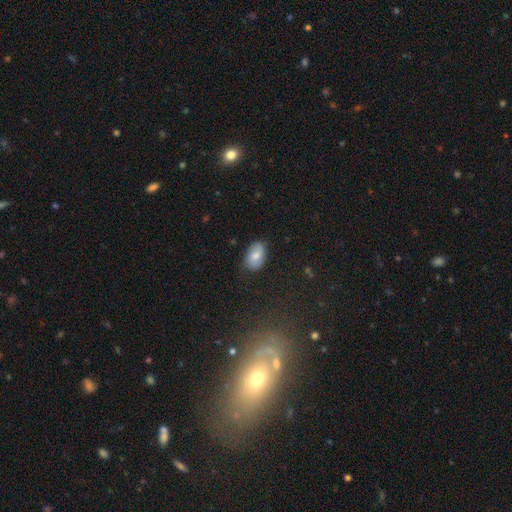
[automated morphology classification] smooth-or-featured: smooth: 75% | featured or disk: 17% | star or artifact: 8%
  how-rounded: in between: 92% | round: 7% | cigar-shaped: 1%
  merging: none: 71% | minor disturbance: 23% | major disturbance: 5% | merger: 1%